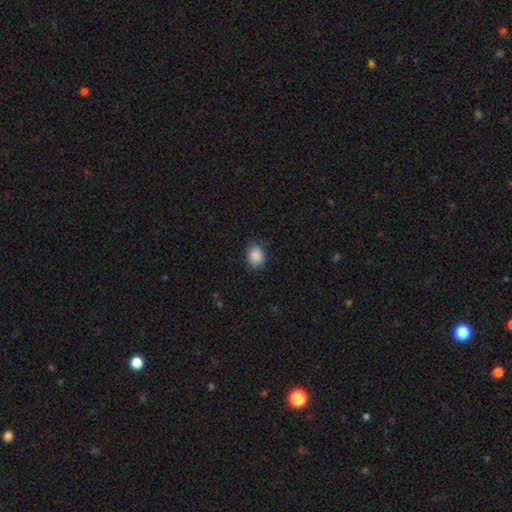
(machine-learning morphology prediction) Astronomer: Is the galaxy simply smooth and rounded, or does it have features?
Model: smooth — 88%.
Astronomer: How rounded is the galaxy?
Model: in between — 53% (runner-up: round, 47%).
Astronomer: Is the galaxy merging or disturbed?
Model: none — 84%.